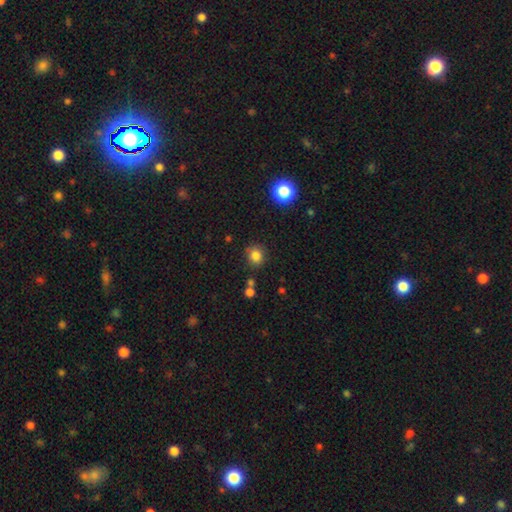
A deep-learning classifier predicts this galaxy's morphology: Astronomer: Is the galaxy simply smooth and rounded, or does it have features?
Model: smooth — 82%.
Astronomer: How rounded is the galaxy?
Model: round — 80%.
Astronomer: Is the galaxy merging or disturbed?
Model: none — 81%.